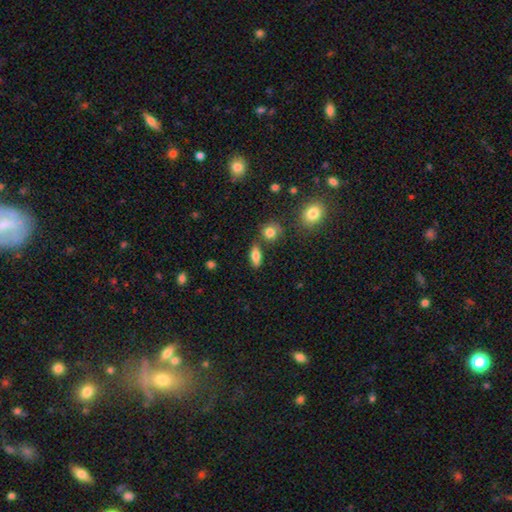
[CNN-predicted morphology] Overall: smooth (78%). How rounded: in between (78%). Merging: none (77%).